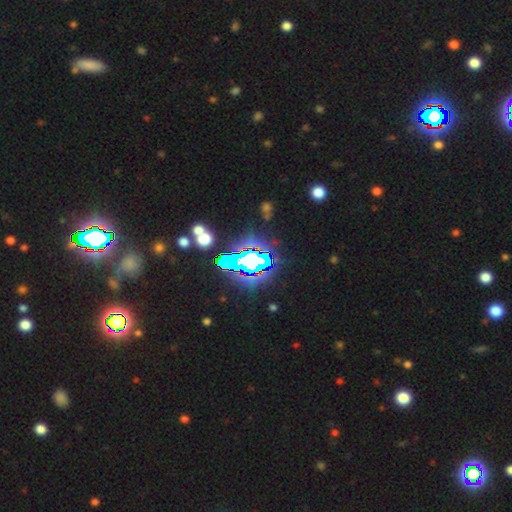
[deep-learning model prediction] Q: Smooth or featured?
A: star or artifact (75%); runner-up: smooth (14%)